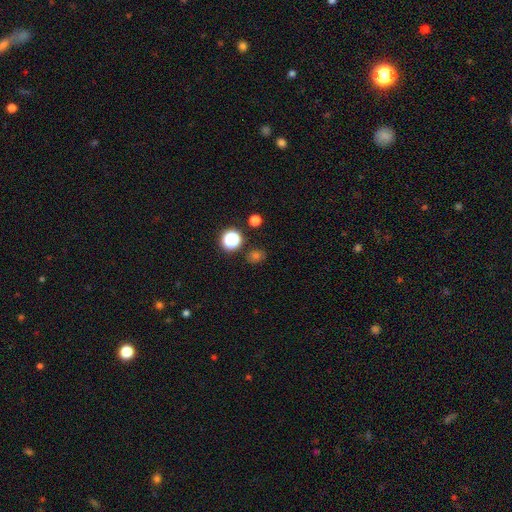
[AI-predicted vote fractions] Overall: smooth (57%; star or artifact 36%). How rounded: round (76%). Merging: none (82%).